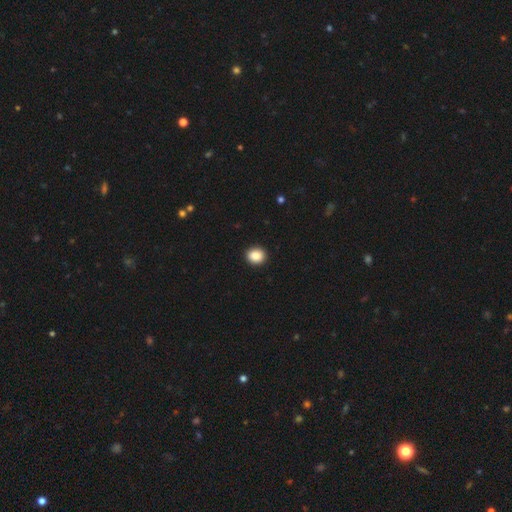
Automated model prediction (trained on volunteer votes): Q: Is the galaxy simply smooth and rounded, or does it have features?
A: smooth — 88%.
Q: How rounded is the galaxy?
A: round — 77%.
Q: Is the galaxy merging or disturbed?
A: none — 93%.